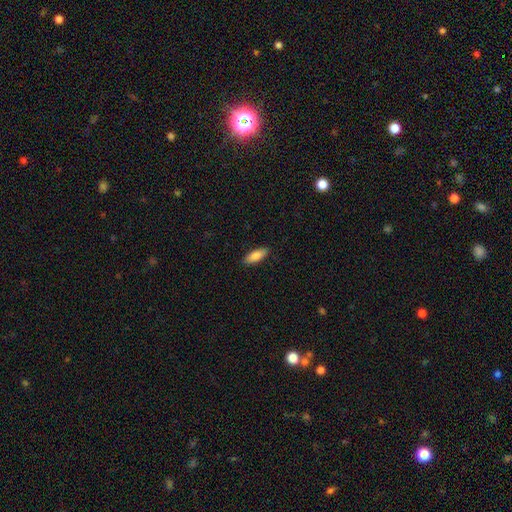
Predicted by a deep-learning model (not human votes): Smooth or featured? Predicted: smooth (p=0.82). How rounded? Predicted: in between (p=0.67). Merging? Predicted: none (p=0.89).